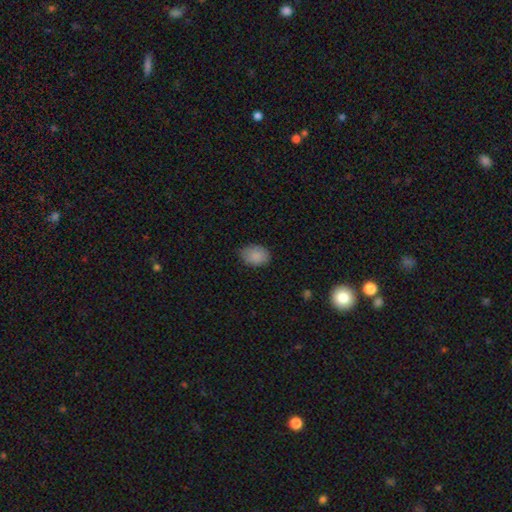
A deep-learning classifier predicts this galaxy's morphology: Q: Smooth or featured?
A: smooth (87%); runner-up: star or artifact (7%)
Q: How rounded?
A: in between (73%); runner-up: round (26%)
Q: Merging?
A: none (75%); runner-up: minor disturbance (20%)